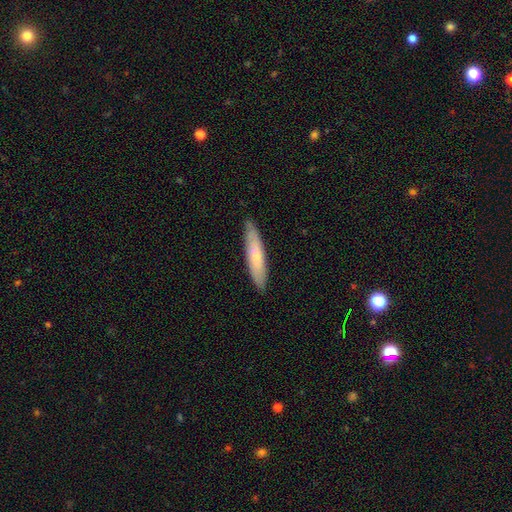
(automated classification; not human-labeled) smooth_or_featured: smooth (p=0.67) [alt: featured or disk p=0.28]
how_rounded: cigar-shaped (p=0.85) [alt: in between p=0.14]
merging: none (p=0.87) [alt: minor disturbance p=0.11]